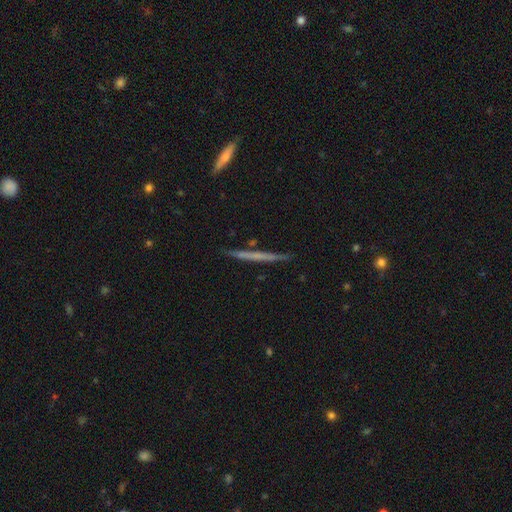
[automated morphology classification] Smooth or featured? Predicted: featured or disk (p=0.52). Edge-on disk? Predicted: yes (p=0.97). Edge-on bulge? Predicted: none (p=0.88). Merging? Predicted: none (p=0.88).